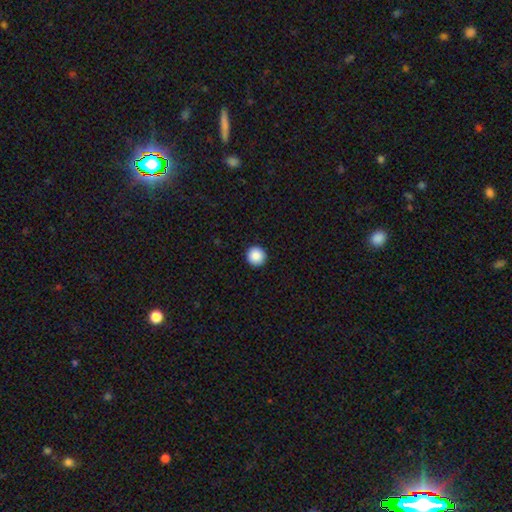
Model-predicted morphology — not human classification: This is clearly a smooth galaxy (88%). How rounded: clearly round (96%). Merging: clearly none (94%).